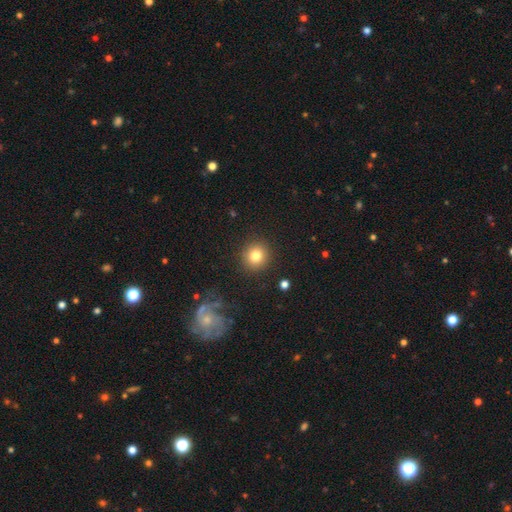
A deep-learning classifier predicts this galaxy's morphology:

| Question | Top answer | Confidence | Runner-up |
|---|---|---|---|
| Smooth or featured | smooth | 81% | star or artifact (11%) |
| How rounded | round | 90% | in between (9%) |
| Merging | none | 89% | minor disturbance (6%) |